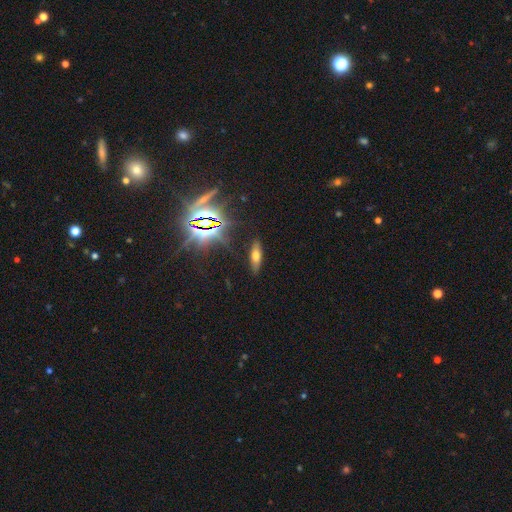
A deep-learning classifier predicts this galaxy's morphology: A smooth galaxy with no disk features (50%) that is in between round and cigar-shaped (48%, tied with cigar-shaped). Merging: none (87%).